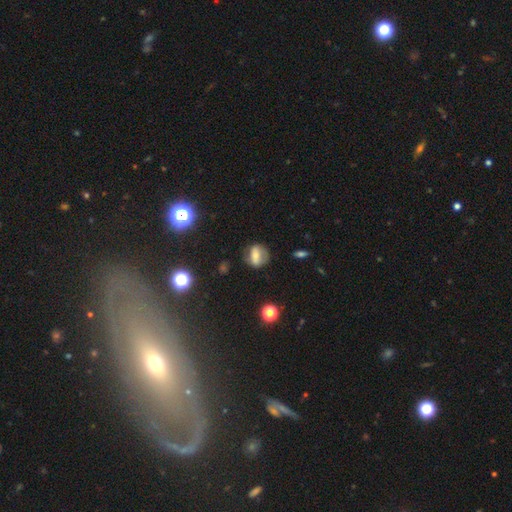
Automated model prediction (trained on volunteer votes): Smooth or featured? Predicted: smooth (p=0.54). How rounded? Predicted: in between (p=0.49). Merging? Predicted: none (p=0.71).